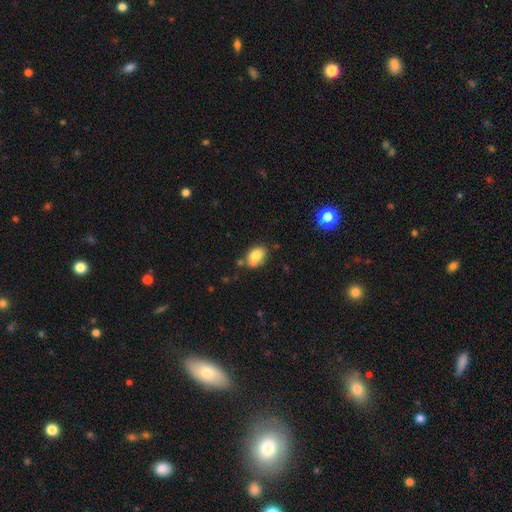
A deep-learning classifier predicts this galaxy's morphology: Overall: smooth (81%). How rounded: in between (78%). Merging: none (63%).